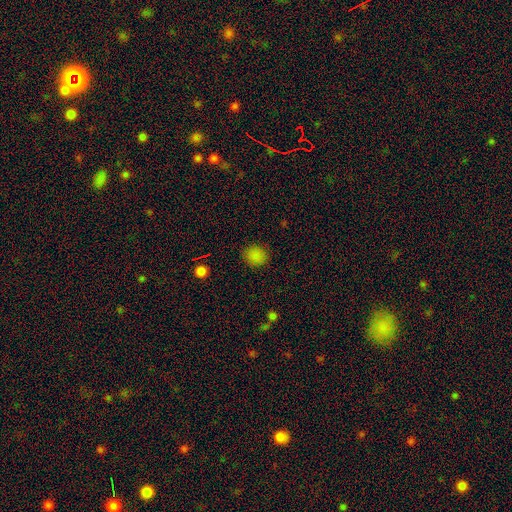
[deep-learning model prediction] Overall: smooth (83%). How rounded: round (78%). Merging: none (88%).